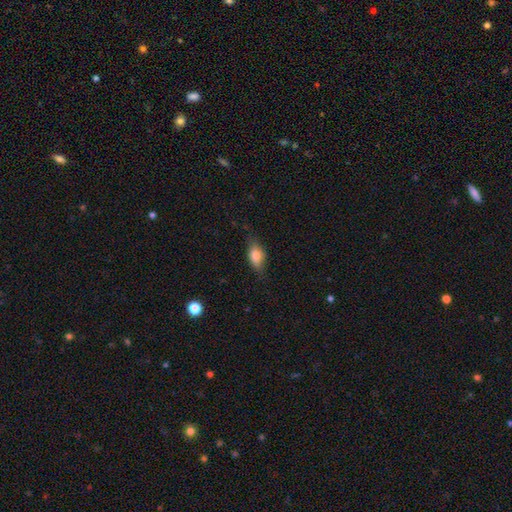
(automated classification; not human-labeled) smooth_or_featured: smooth (p=0.74) [alt: featured or disk p=0.18]
how_rounded: in between (p=0.82) [alt: cigar-shaped p=0.10]
merging: none (p=0.73) [alt: minor disturbance p=0.21]